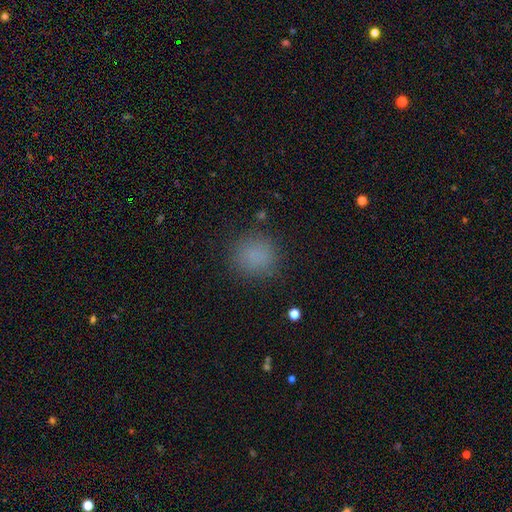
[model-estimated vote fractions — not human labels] Smooth or featured? Predicted: smooth (p=0.82). How rounded? Predicted: round (p=0.82). Merging? Predicted: none (p=0.86).